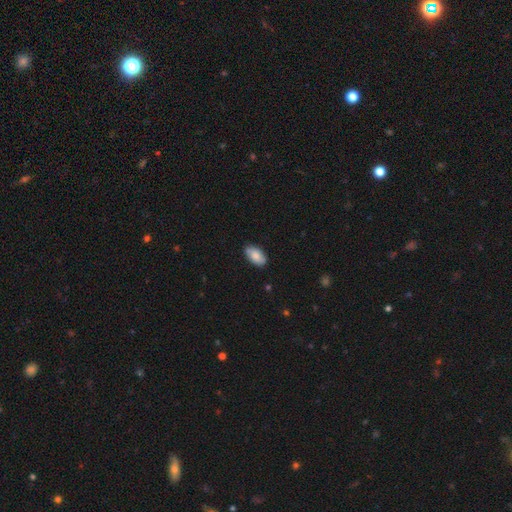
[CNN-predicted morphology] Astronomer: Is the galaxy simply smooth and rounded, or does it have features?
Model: smooth — 77%.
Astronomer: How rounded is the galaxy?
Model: in between — 94%.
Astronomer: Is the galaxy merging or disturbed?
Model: none — 80%.